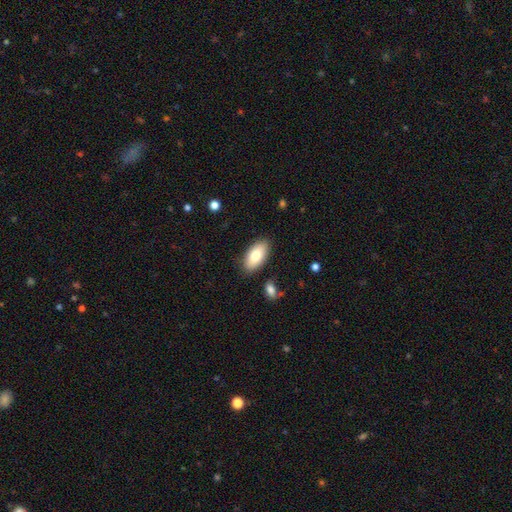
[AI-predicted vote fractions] This is likely a smooth galaxy (80%). How rounded: clearly in between (93%). Merging: clearly none (86%).